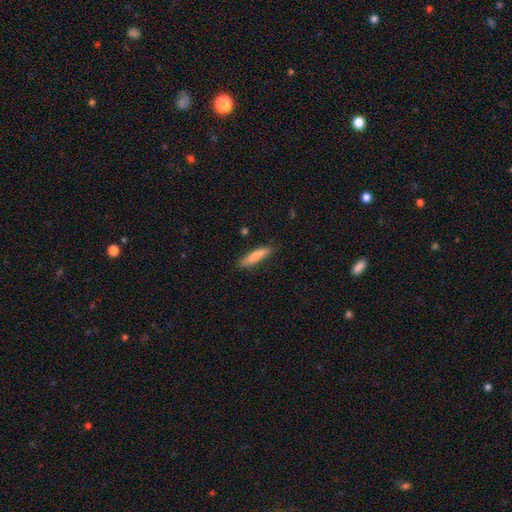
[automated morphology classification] Smooth or featured? Predicted: smooth (p=0.79). How rounded? Predicted: cigar-shaped (p=0.77). Merging? Predicted: none (p=0.84).